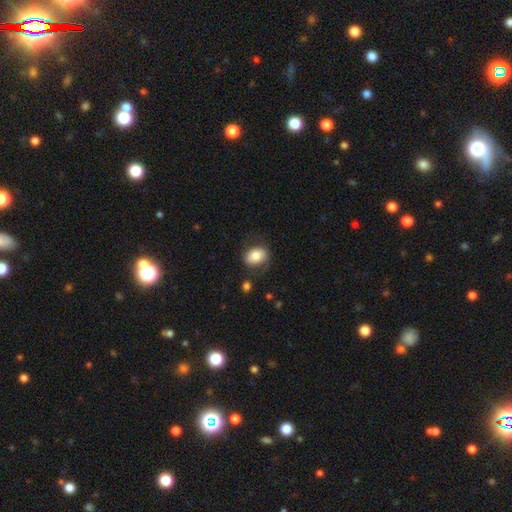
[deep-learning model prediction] This appears to be a smooth galaxy with no disk features (75%) that is in between round and cigar-shaped (70%). Merging: none (67%).